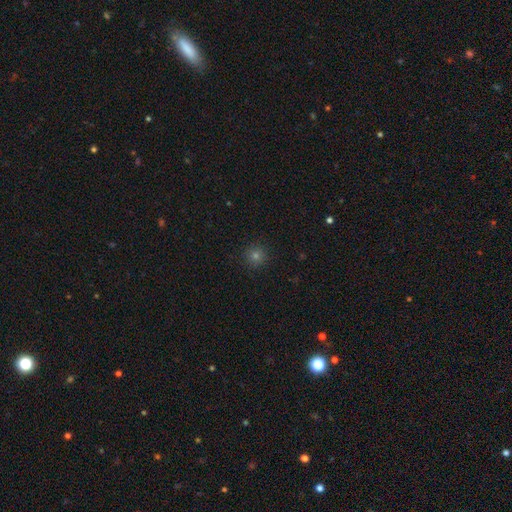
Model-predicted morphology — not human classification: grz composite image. It shows a smooth galaxy with no disk features (74%) that is round (95%). Merging: none (92%).